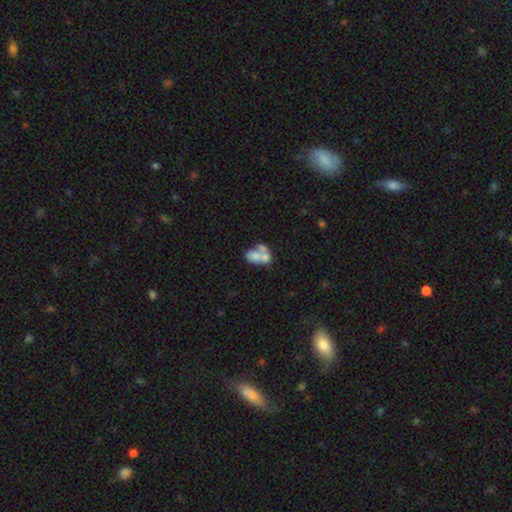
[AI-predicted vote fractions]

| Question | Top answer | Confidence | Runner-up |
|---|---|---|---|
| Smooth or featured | smooth | 57% | featured or disk (33%) |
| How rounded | in between | 81% | round (17%) |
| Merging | merger | 65% | none (18%) |